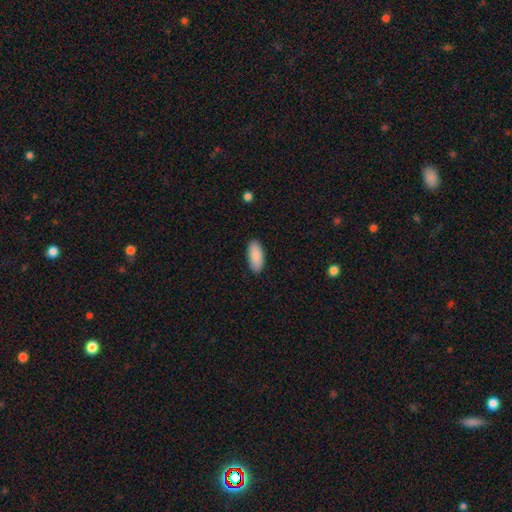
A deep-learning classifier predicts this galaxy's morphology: Smooth or featured? Predicted: smooth (p=0.90). How rounded? Predicted: in between (p=0.89). Merging? Predicted: none (p=0.90).